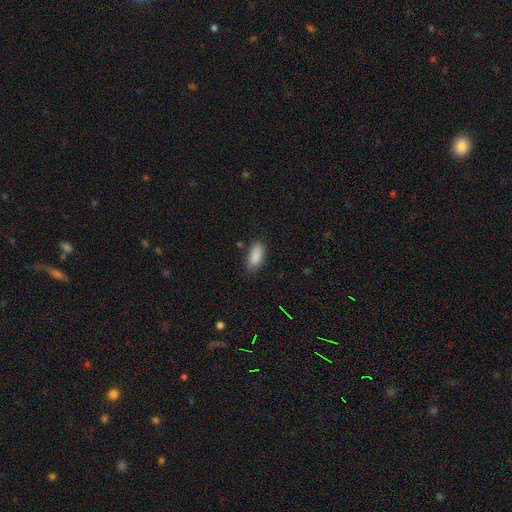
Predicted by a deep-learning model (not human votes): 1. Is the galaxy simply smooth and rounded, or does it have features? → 89% smooth, 7% star or artifact, 4% featured or disk.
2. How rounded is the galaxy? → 87% in between, 10% cigar-shaped, 2% round.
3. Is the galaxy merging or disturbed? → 80% none, 16% minor disturbance, 3% major disturbance, 2% merger.